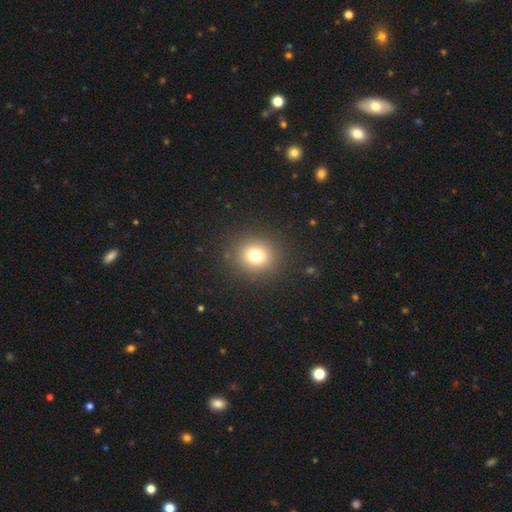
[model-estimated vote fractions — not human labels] Morphology: type=smooth (77%); roundness=round (82%); merging=none (89%).